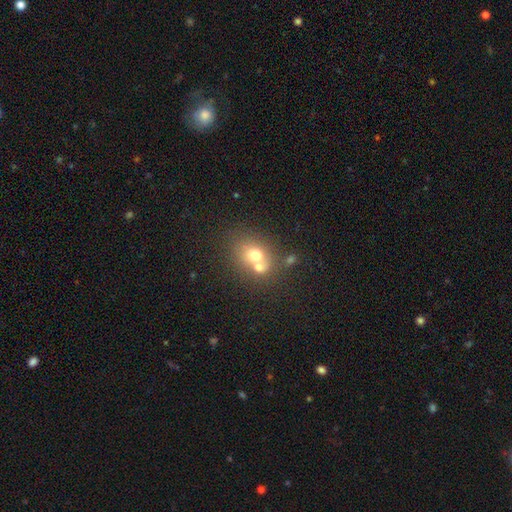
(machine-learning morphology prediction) Smooth or featured: smooth — 66% (featured or disk — 21%)
How rounded: round — 62% (in between — 37%)
Merging: merger — 54% (none — 33%)